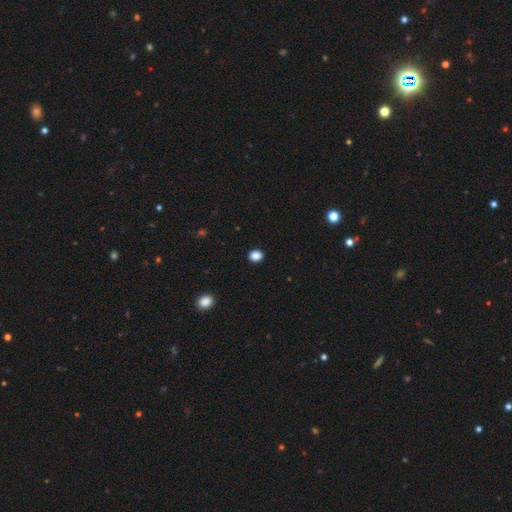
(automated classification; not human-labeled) This is clearly a smooth galaxy (86%). How rounded: possibly round (59%). Merging: clearly none (91%).